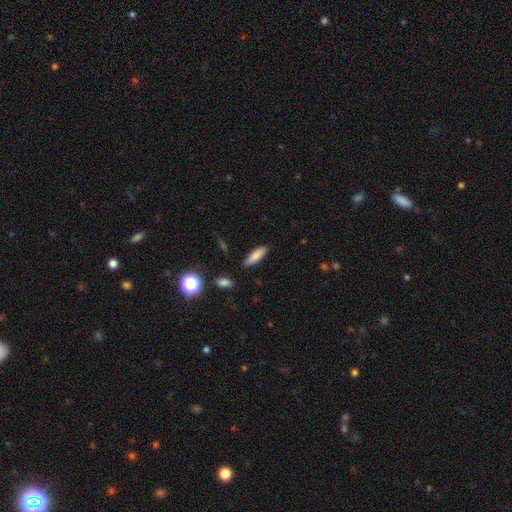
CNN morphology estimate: smooth 82%, featured or disk 9%, star or artifact 8%. Down the decision tree: how rounded — in between (55%); merging — none (86%).